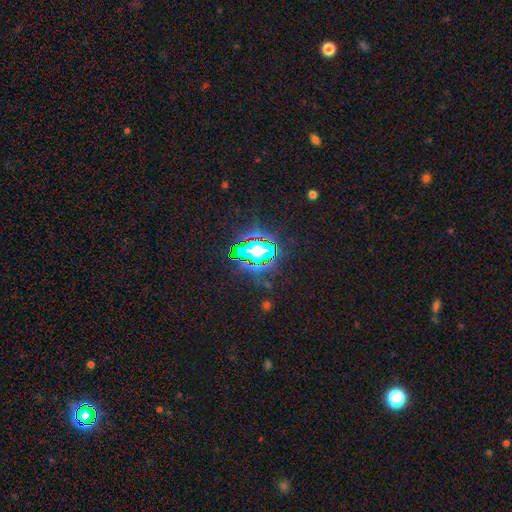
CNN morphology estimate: Smooth or featured? star or artifact (82%)